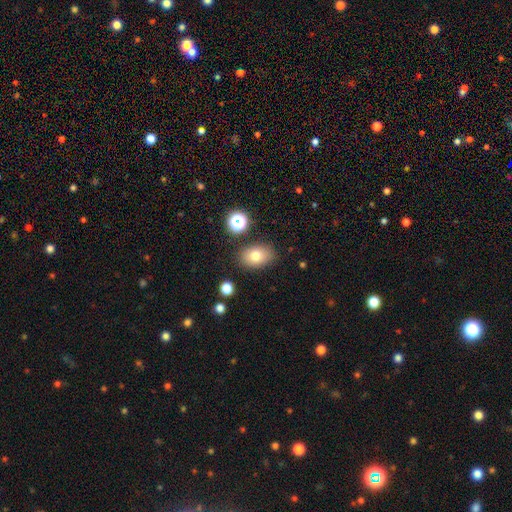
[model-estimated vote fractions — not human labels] This appears to be a smooth galaxy with no disk features (77%) that is in between round and cigar-shaped (80%). Merging: none (83%).